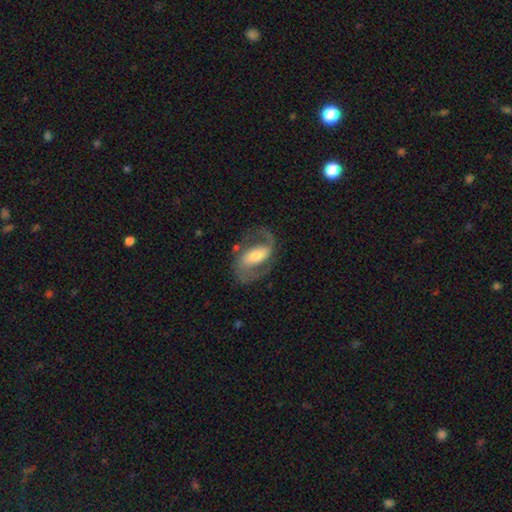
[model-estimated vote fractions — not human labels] A featured or disk galaxy (84%) with a strong bar (40%), 2 (90%) medium (53%) spiral arms (94%) and a moderate central bulge (56%). Merging: none (74%).